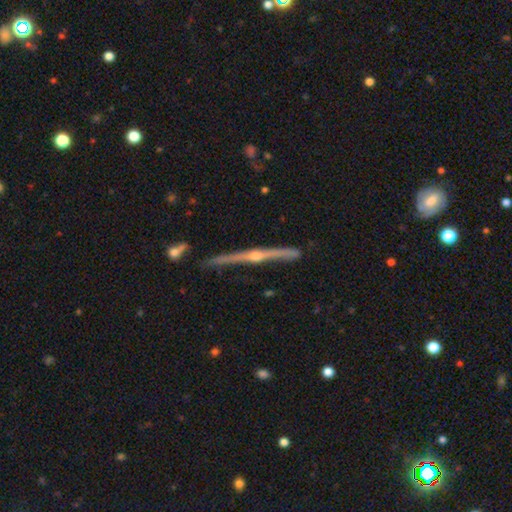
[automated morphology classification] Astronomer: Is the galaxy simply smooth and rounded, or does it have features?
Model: featured or disk — 85%.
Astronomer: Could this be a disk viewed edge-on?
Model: yes — 98%.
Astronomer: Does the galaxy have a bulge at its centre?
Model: rounded — 87%.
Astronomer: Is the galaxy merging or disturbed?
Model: none — 85%.